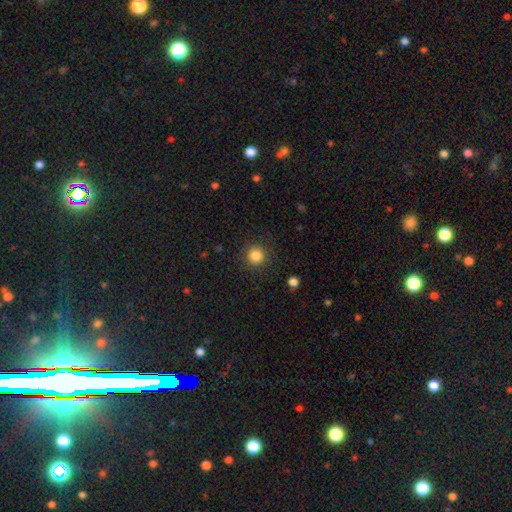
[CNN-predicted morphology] Smooth or featured? Predicted: smooth (p=0.84). How rounded? Predicted: round (p=0.94). Merging? Predicted: none (p=0.89).